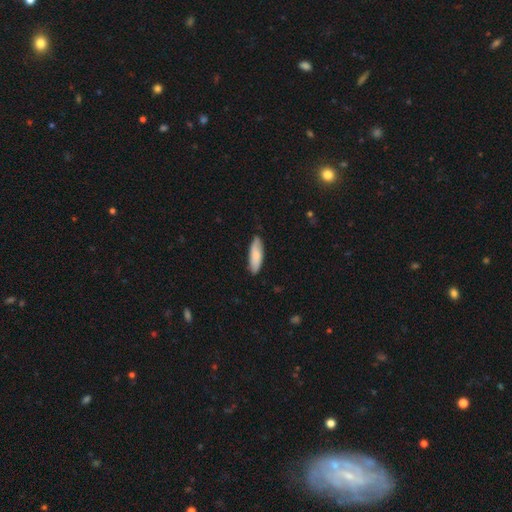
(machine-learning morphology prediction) type=smooth (75%); roundness=in between (54%); merging=none (83%).